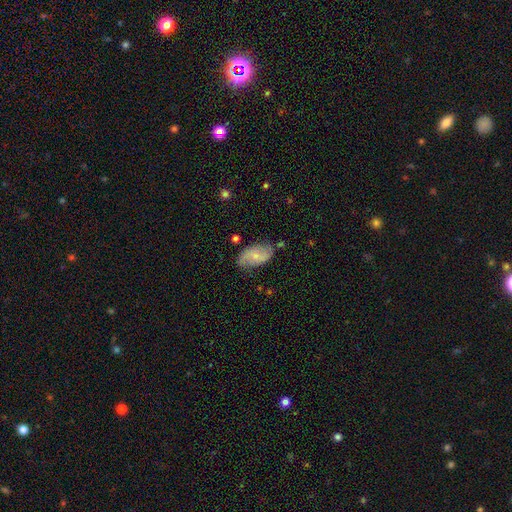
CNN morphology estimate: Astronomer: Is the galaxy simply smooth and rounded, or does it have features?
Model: featured or disk — 53% (runner-up: smooth, 41%).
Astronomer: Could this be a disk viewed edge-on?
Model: no — 95%.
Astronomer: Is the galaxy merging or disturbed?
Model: none — 71%.